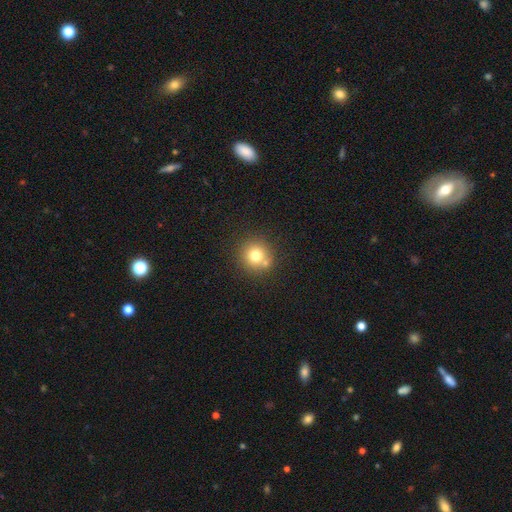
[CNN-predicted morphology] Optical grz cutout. It shows a smooth galaxy with no disk features (75%) that is round (92%). Merging: none (72%).